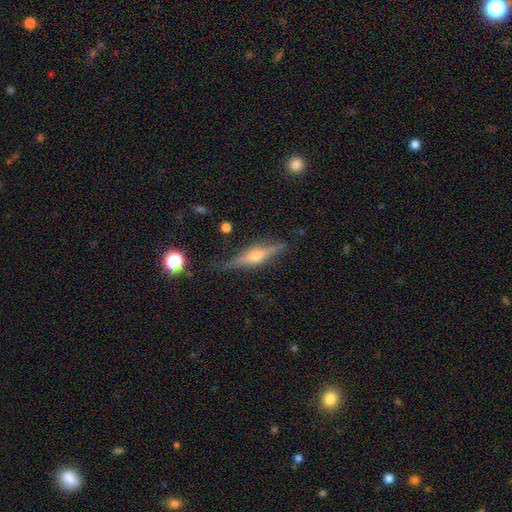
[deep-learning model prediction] Overall: featured or disk (80%). Edge-on disk: yes (97%). Edge-on bulge: rounded (90%). Merging: none (86%).